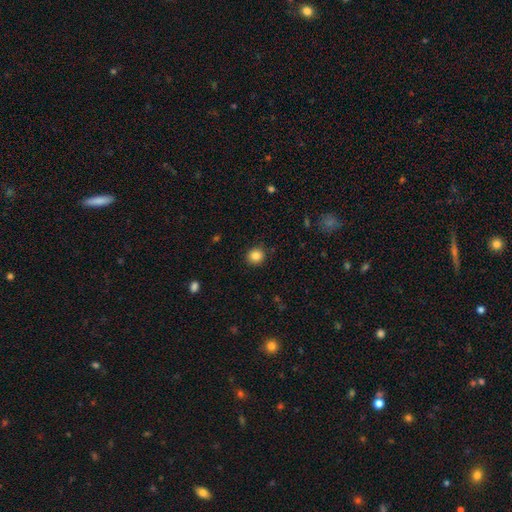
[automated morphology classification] Q: Smooth or featured?
A: smooth (84%); runner-up: star or artifact (10%)
Q: How rounded?
A: round (87%); runner-up: in between (12%)
Q: Merging?
A: none (90%); runner-up: minor disturbance (7%)